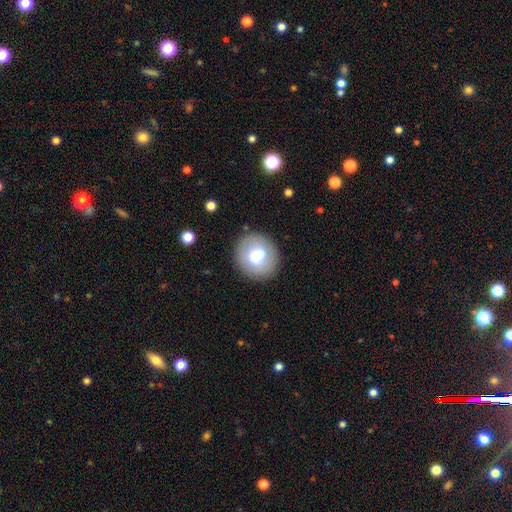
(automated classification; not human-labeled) The model was most divided on "smooth or featured": smooth: 63%, featured or disk: 29%, star or artifact: 8%. More confident: how rounded — round (82%); merging — none (81%).